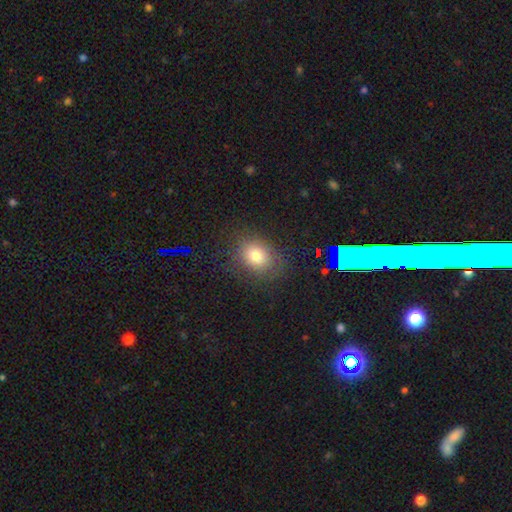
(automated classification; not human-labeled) This is likely a smooth galaxy (72%). How rounded: possibly round (53%). Merging: likely none (79%).